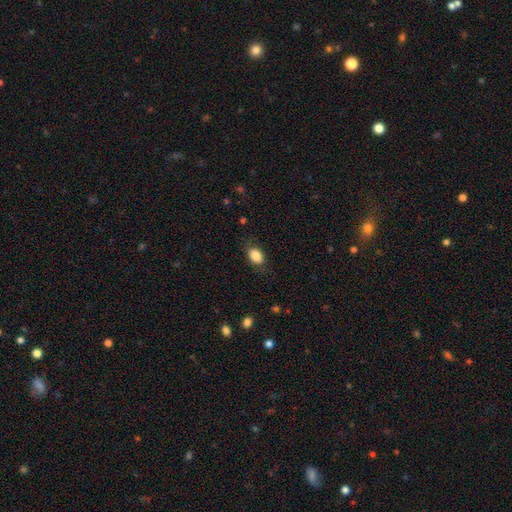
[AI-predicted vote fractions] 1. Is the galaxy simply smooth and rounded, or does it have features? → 85% smooth, 8% star or artifact, 7% featured or disk.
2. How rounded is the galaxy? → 82% in between, 16% round, 2% cigar-shaped.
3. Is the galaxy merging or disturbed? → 78% none, 16% minor disturbance, 5% major disturbance, 1% merger.